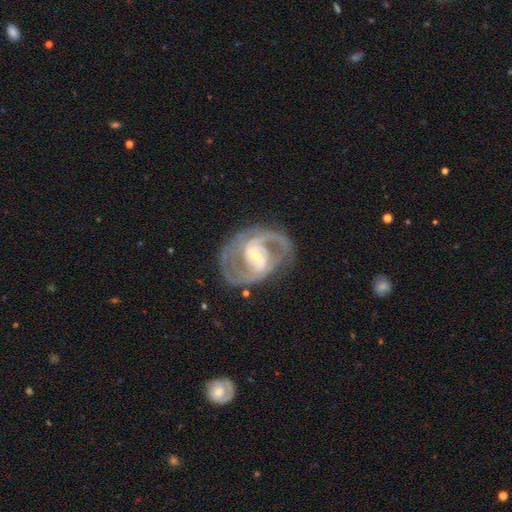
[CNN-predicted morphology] This appears to be a featured or disk galaxy (89%) with a weak bar (43%), 2 (78%) medium (53%) spiral arms (96%) and a small central bulge (62%). Merging: none (72%).